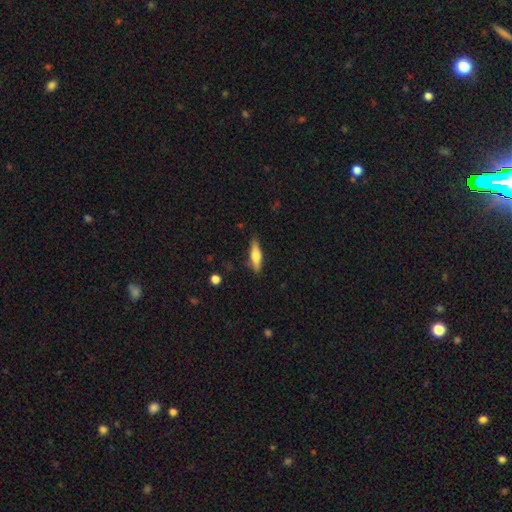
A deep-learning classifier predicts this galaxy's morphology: Smooth or featured? Predicted: smooth (p=0.58). How rounded? Predicted: cigar-shaped (p=0.63). Merging? Predicted: none (p=0.82).